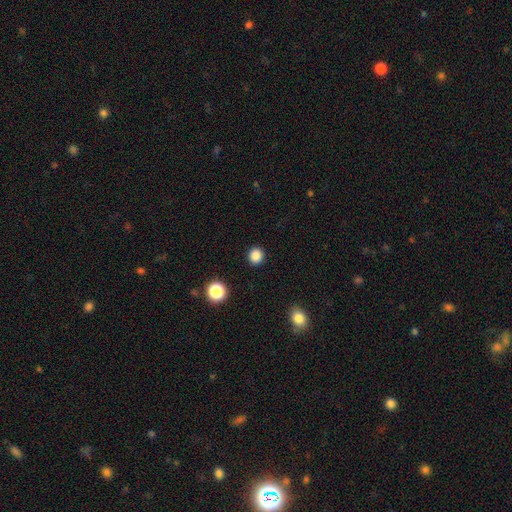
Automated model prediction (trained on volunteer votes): smooth 85%, star or artifact 12%, featured or disk 3%. Down the decision tree: how rounded — round (88%); merging — none (92%).